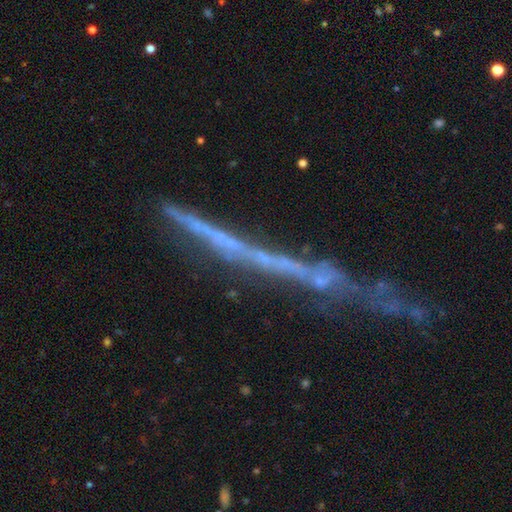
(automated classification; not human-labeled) Smooth or featured? Predicted: featured or disk (p=0.59). Edge-on disk? Predicted: yes (p=0.86). Edge-on bulge? Predicted: none (p=0.90). Merging? Predicted: none (p=0.58).